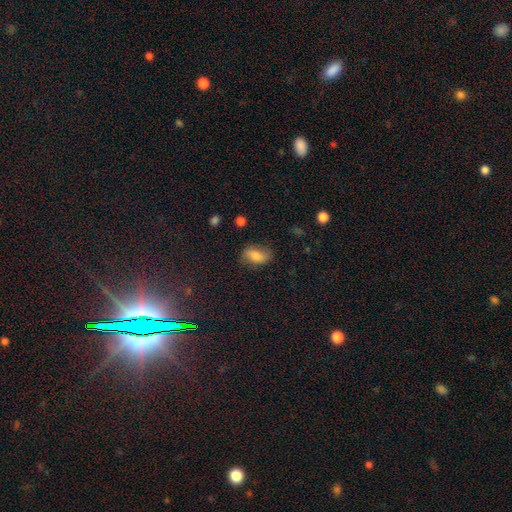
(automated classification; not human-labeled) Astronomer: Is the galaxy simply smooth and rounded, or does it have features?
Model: smooth — 72%.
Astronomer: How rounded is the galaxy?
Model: in between — 86%.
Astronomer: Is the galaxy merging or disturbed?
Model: none — 72%.